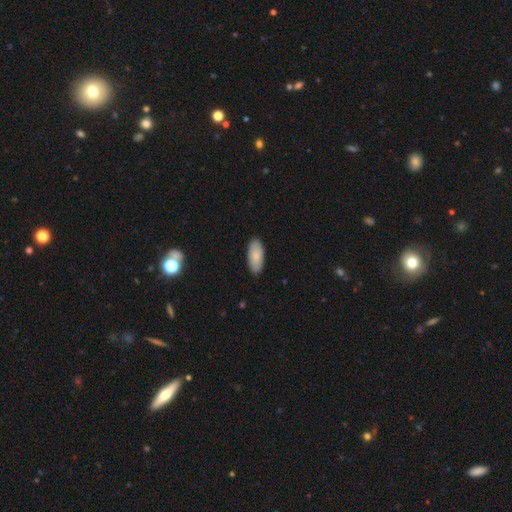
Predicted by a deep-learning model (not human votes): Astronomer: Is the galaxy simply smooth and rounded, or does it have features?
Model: smooth — 86%.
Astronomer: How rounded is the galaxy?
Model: in between — 89%.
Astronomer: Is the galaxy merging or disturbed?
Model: none — 88%.